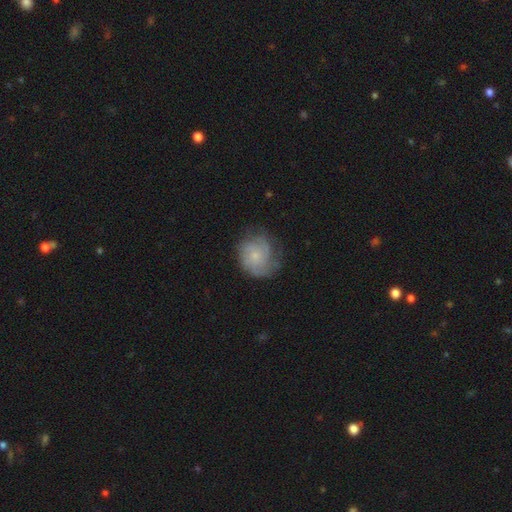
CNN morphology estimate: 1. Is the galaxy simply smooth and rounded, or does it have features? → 52% featured or disk, 40% smooth, 8% star or artifact.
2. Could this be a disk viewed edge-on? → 98% no, 2% yes.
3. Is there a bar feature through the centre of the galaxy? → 80% no, 18% weak, 2% strong.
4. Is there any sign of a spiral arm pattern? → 83% yes, 17% no.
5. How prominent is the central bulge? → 65% small, 22% moderate, 10% none, 2% large, 1% dominant.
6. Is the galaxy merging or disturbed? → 62% none, 24% minor disturbance, 12% major disturbance, 1% merger.